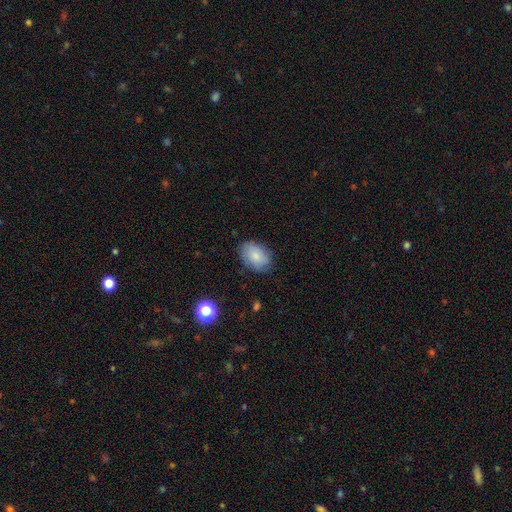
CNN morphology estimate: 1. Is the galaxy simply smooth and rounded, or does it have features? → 80% smooth, 12% featured or disk, 8% star or artifact.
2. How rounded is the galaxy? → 86% in between, 13% round, 1% cigar-shaped.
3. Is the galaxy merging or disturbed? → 78% none, 17% minor disturbance, 4% major disturbance, 1% merger.